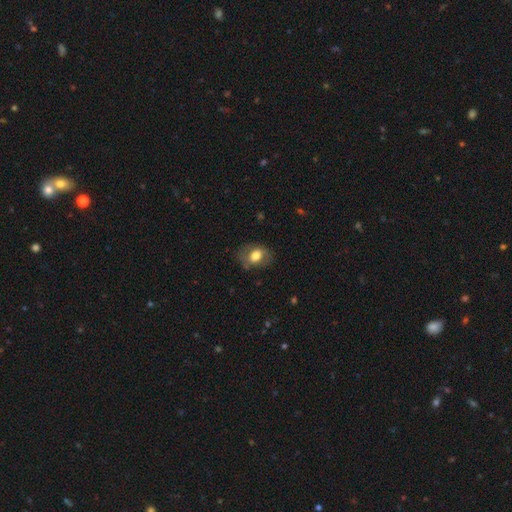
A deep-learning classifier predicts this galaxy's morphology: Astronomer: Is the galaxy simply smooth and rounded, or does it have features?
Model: smooth — 68%.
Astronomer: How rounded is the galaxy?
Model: in between — 72%.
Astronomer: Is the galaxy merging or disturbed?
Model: none — 71%.